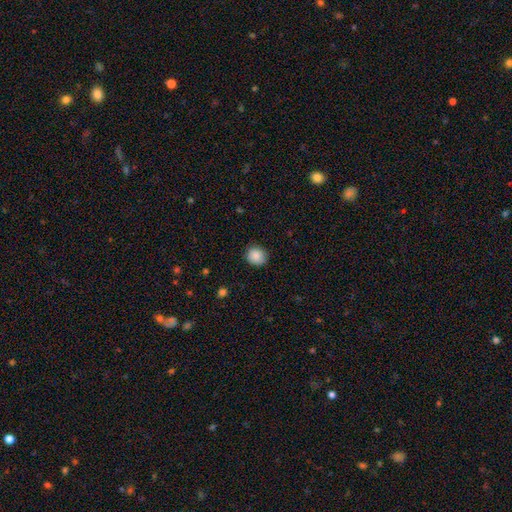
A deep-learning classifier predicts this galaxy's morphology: Smooth or featured?
  - smooth: 88% *
  - star or artifact: 9%
  - featured or disk: 4%
How rounded?
  - round: 84% *
  - in between: 15%
  - cigar-shaped: 1%
Merging?
  - none: 85% *
  - minor disturbance: 12%
  - major disturbance: 3%
  - merger: 1%